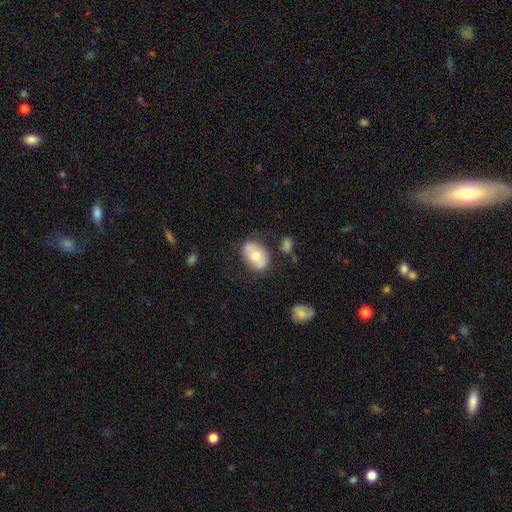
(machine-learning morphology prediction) Smooth or featured: smooth — 64% (featured or disk — 29%)
How rounded: in between — 86% (round — 13%)
Merging: none — 70% (minor disturbance — 19%)